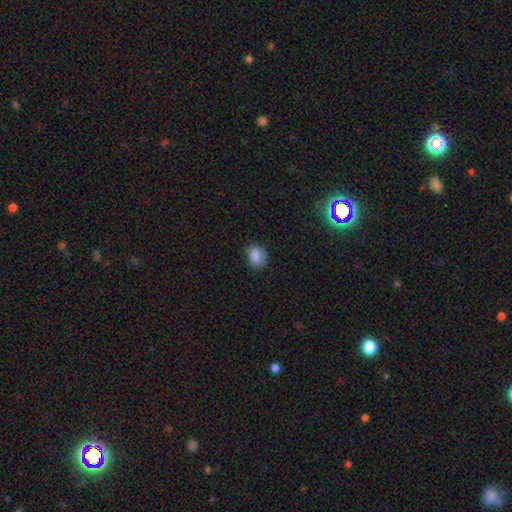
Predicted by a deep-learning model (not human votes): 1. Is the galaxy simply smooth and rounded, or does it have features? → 85% smooth, 10% star or artifact, 5% featured or disk.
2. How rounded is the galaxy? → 56% in between, 43% round, 1% cigar-shaped.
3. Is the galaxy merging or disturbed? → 72% none, 23% minor disturbance, 5% major disturbance, 1% merger.